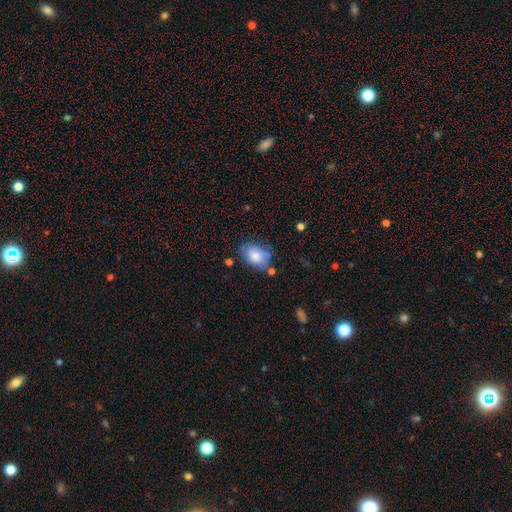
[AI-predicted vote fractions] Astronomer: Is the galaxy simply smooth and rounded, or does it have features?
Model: smooth — 77%.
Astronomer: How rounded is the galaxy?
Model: in between — 79%.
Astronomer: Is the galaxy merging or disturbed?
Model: none — 63%.